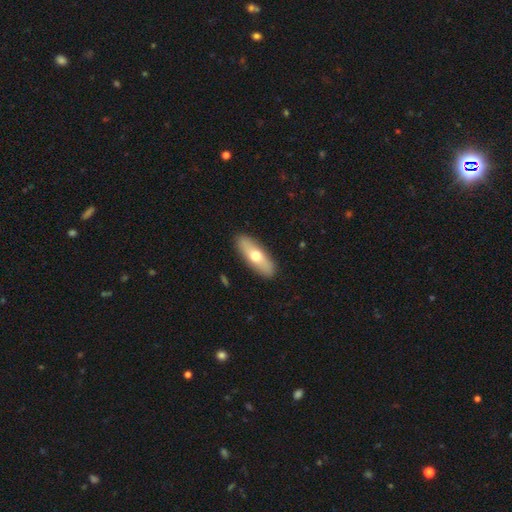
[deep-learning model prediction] This is likely a smooth galaxy (61%). How rounded: possibly in between (59%). Merging: clearly none (89%).